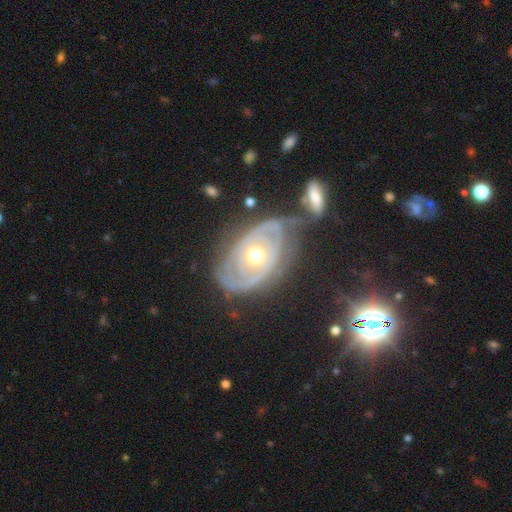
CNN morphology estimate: This appears to be a featured or disk galaxy (85%) with no bar (82%), 2 (40%) tight (76%) spiral arms (86%) and a moderate central bulge (75%). Merging: none (58%).